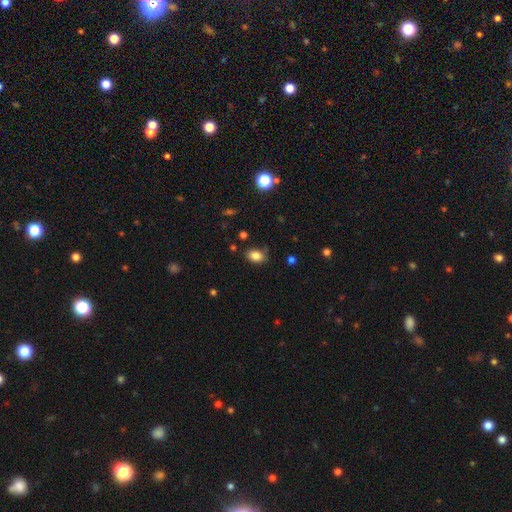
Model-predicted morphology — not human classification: The model was most divided on "merging": none: 79%, minor disturbance: 15%, major disturbance: 3%, merger: 2%. More confident: smooth or featured — smooth (85%); how rounded — in between (82%).